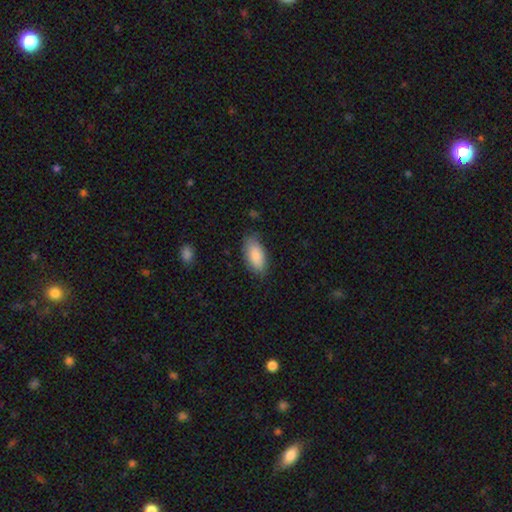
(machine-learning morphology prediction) Q: Smooth or featured?
A: smooth (87%); runner-up: featured or disk (7%)
Q: How rounded?
A: in between (92%); runner-up: cigar-shaped (5%)
Q: Merging?
A: none (77%); runner-up: minor disturbance (18%)